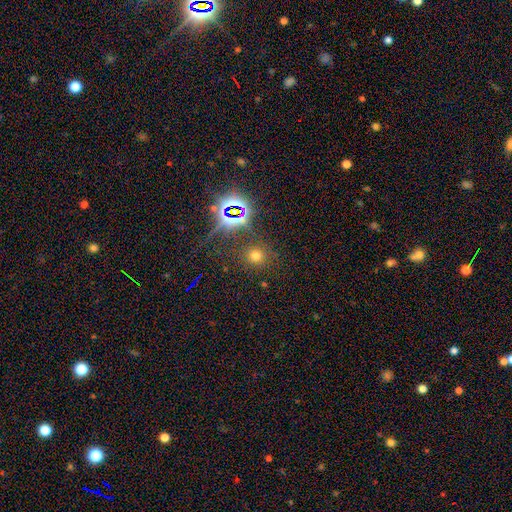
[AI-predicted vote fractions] Overall: smooth (60%; star or artifact 32%). How rounded: round (89%). Merging: none (84%).